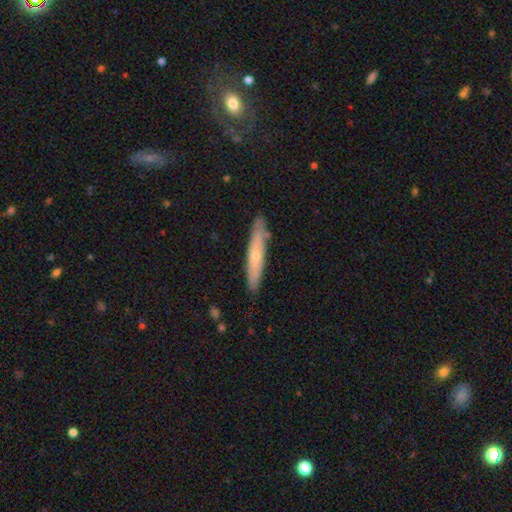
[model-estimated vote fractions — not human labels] Q: Smooth or featured?
A: smooth (48%); runner-up: featured or disk (46%)
Q: Merging?
A: none (85%); runner-up: minor disturbance (11%)